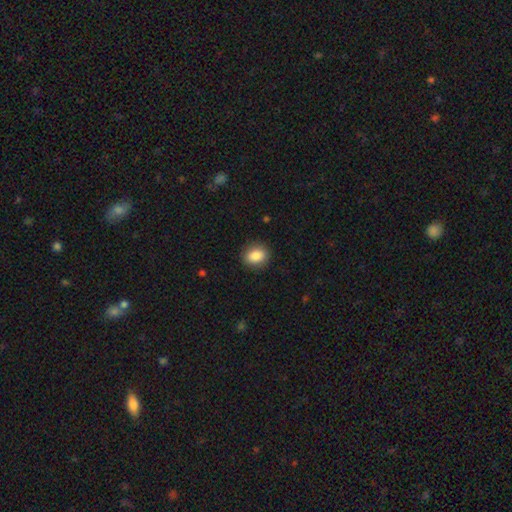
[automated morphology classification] smooth 87%, star or artifact 8%, featured or disk 5%. Down the decision tree: how rounded — in between (52%); merging — none (87%).